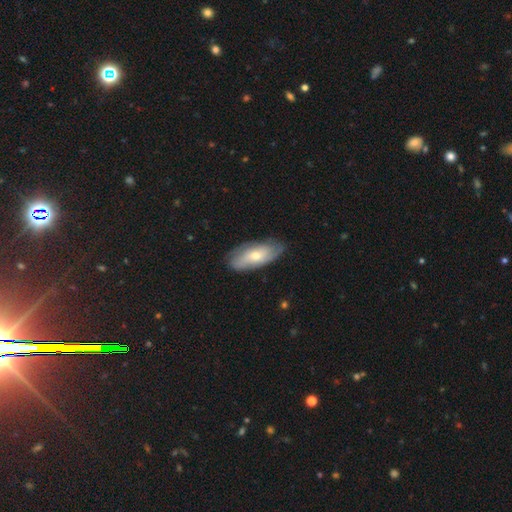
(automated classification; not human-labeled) Q: Smooth or featured?
A: featured or disk (48%); runner-up: smooth (46%)
Q: Merging?
A: none (76%); runner-up: minor disturbance (19%)